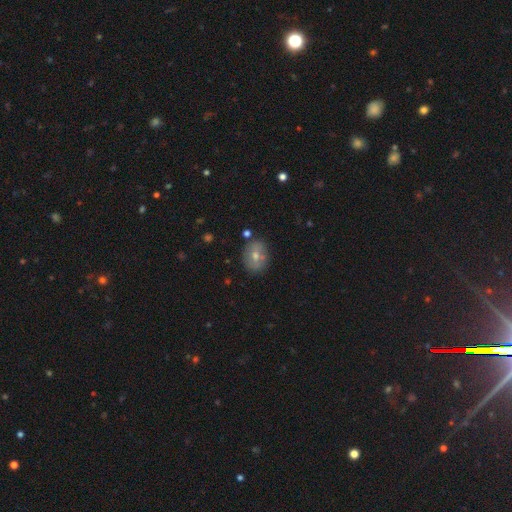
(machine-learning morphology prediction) A smooth galaxy with no disk features (64%) that is in between round and cigar-shaped (51%). Merging: none (77%).